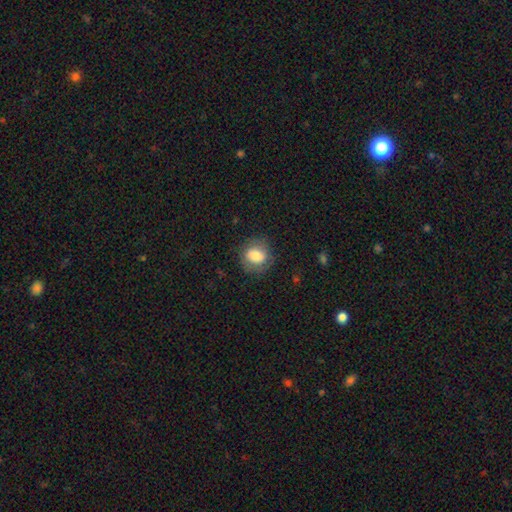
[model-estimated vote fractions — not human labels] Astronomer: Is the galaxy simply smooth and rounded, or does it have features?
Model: smooth — 78%.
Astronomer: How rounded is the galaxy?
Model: round — 68%.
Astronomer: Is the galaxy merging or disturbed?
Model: none — 74%.